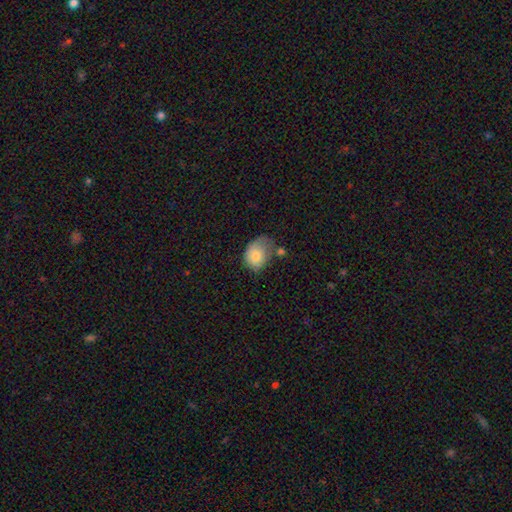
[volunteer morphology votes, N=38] smooth_or_featured: smooth (p=0.74) [alt: featured or disk p=0.21]
how_rounded: round (p=0.57) [alt: in between p=0.43]
merging: minor disturbance (p=0.36) [alt: major disturbance p=0.31]